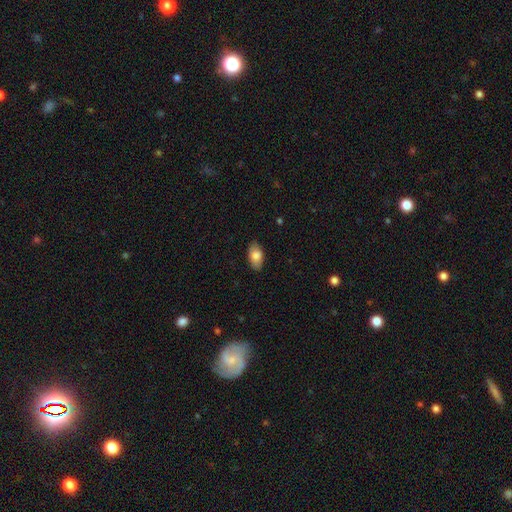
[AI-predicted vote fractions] Smooth or featured? Predicted: smooth (p=0.82). How rounded? Predicted: in between (p=0.93). Merging? Predicted: none (p=0.85).